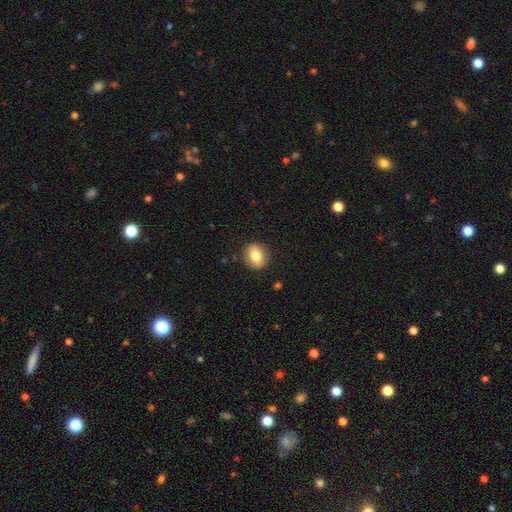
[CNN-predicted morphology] Smooth or featured? smooth (72%)
How rounded? round (67%)
Merging? none (85%)